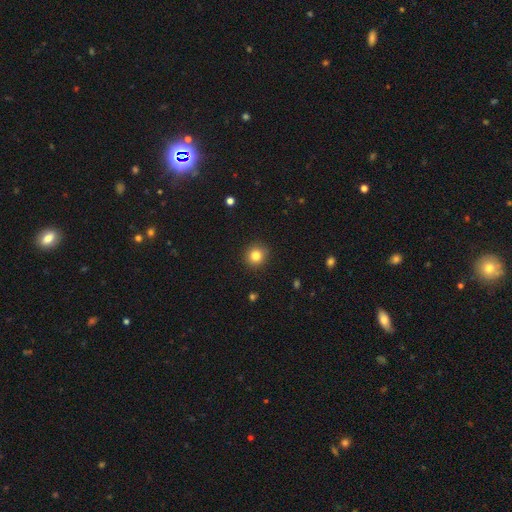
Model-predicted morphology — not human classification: Smooth or featured? smooth (83%)
How rounded? round (91%)
Merging? none (90%)